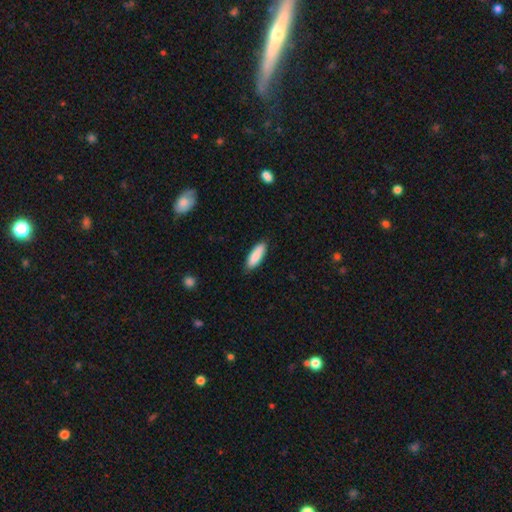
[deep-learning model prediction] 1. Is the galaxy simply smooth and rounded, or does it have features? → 87% smooth, 7% featured or disk, 5% star or artifact.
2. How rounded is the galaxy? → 54% in between, 44% cigar-shaped, 2% round.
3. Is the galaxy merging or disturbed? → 85% none, 12% minor disturbance, 2% major disturbance, 1% merger.